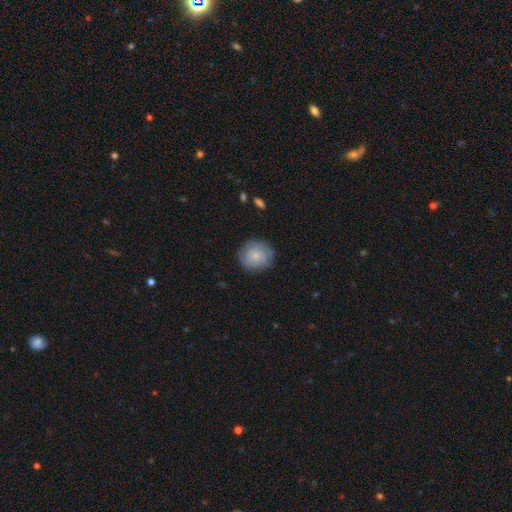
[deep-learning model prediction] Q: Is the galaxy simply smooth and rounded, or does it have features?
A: smooth — 68%.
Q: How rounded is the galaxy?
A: round — 87%.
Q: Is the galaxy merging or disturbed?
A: none — 80%.